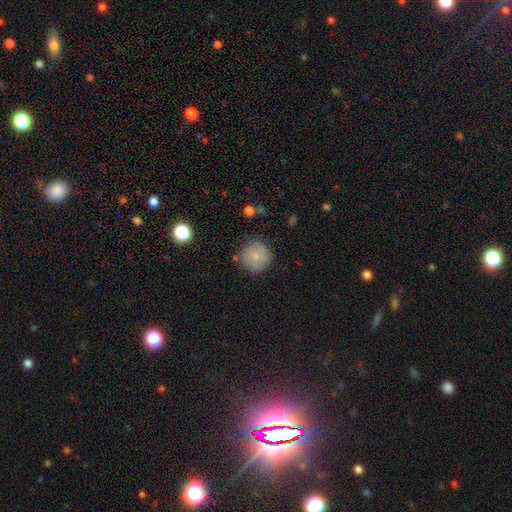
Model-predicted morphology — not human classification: Smooth or featured: smooth — 71% (featured or disk — 20%)
How rounded: round — 93% (in between — 6%)
Merging: none — 77% (minor disturbance — 16%)